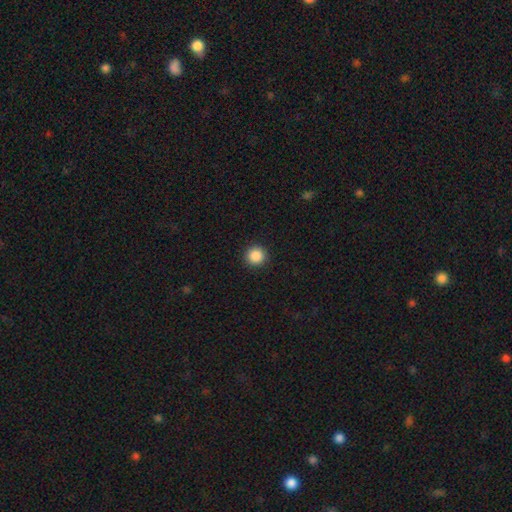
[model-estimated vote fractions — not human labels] smooth_or_featured: smooth (p=0.88) [alt: star or artifact p=0.09]
how_rounded: round (p=0.95) [alt: in between p=0.04]
merging: none (p=0.93) [alt: minor disturbance p=0.05]